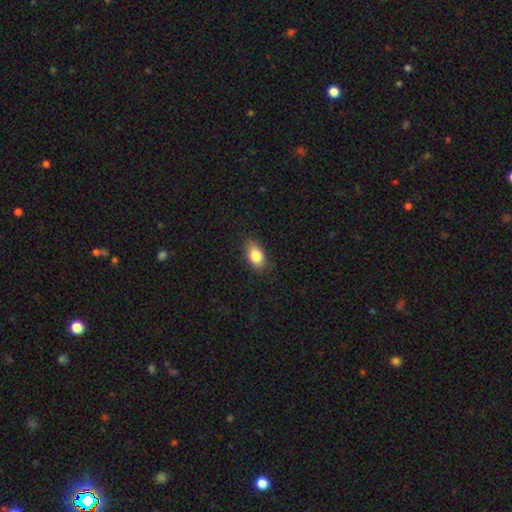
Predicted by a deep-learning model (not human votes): smooth 83%, featured or disk 9%, star or artifact 8%. Down the decision tree: how rounded — in between (87%); merging — none (84%).